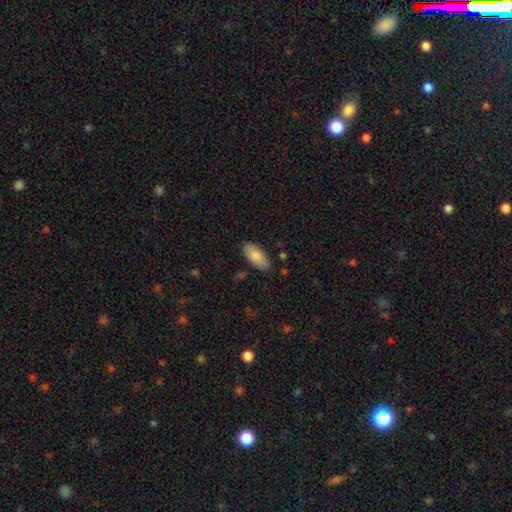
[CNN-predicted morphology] Overall: smooth (86%). How rounded: in between (90%). Merging: none (85%).